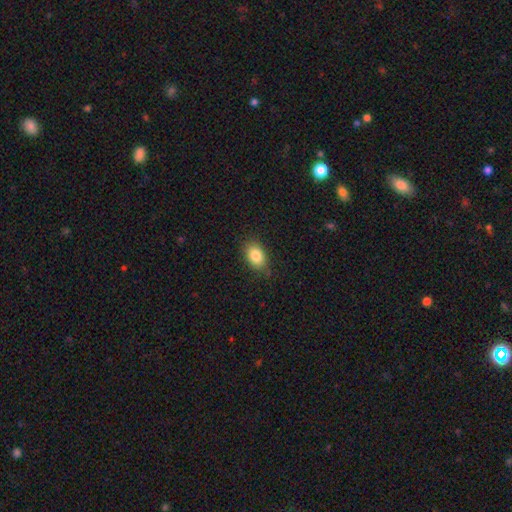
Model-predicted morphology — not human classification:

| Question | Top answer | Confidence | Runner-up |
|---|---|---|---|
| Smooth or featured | smooth | 85% | star or artifact (8%) |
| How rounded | in between | 81% | round (17%) |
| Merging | none | 82% | minor disturbance (14%) |